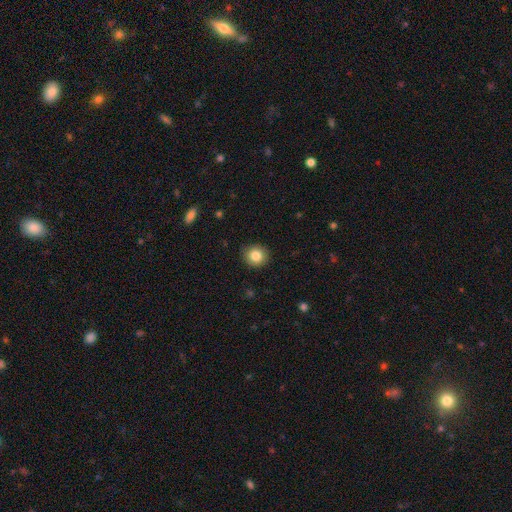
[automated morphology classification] smooth-or-featured: smooth: 83% | star or artifact: 10% | featured or disk: 7%
  how-rounded: round: 90% | in between: 9% | cigar-shaped: 1%
  merging: none: 88% | minor disturbance: 9% | major disturbance: 2% | merger: 1%